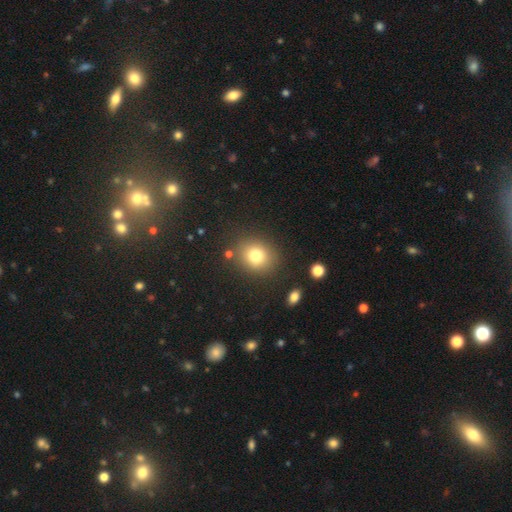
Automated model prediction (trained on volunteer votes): Smooth or featured? Predicted: smooth (p=0.78). How rounded? Predicted: round (p=0.69). Merging? Predicted: none (p=0.84).